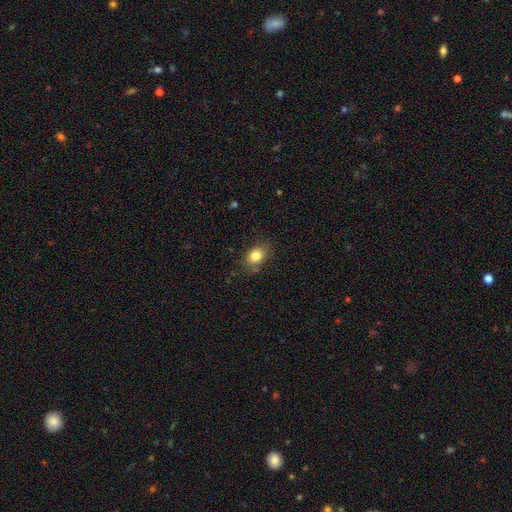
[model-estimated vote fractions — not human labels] Smooth or featured? Predicted: smooth (p=0.82). How rounded? Predicted: in between (p=0.69). Merging? Predicted: none (p=0.76).